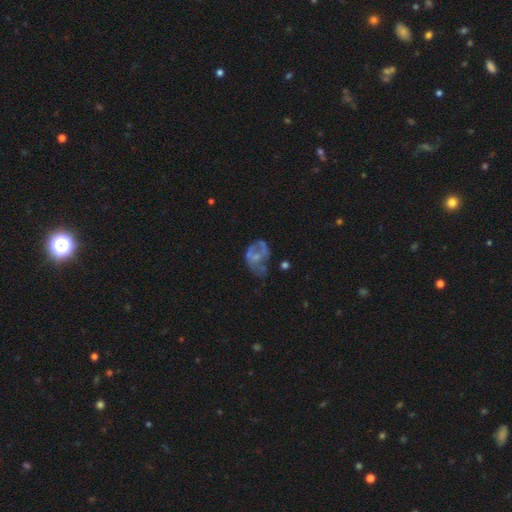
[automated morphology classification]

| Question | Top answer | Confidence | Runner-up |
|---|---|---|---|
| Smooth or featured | featured or disk | 57% | smooth (31%) |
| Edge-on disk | no | 98% | yes (2%) |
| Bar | no | 84% | weak (13%) |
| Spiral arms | no | 79% | yes (21%) |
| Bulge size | none | 48% | small (28%) |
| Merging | major disturbance | 35% | none (32%) |